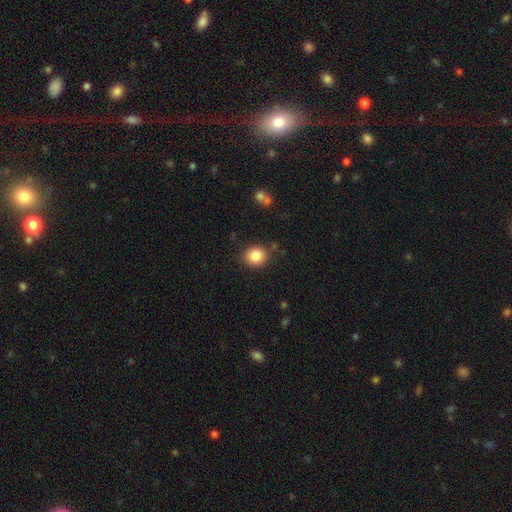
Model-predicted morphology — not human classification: A smooth galaxy with no disk features (85%) that is round (80%). Merging: none (85%).